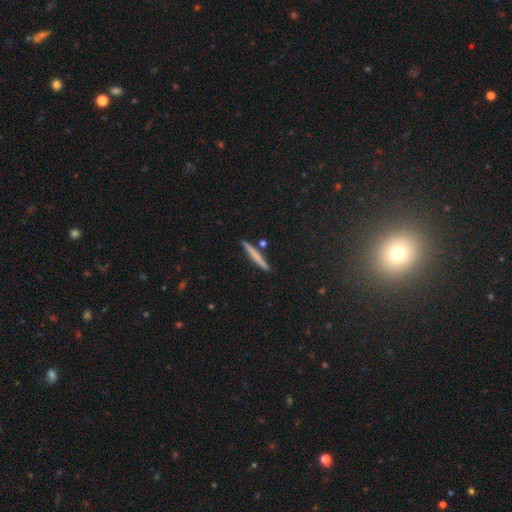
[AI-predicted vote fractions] Smooth or featured? Predicted: smooth (p=0.61). How rounded? Predicted: cigar-shaped (p=0.95). Merging? Predicted: none (p=0.86).